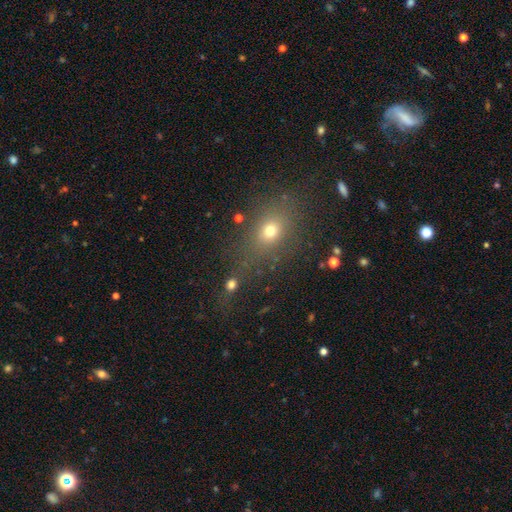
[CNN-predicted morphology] smooth_or_featured: smooth (p=0.53) [alt: star or artifact p=0.32]
how_rounded: in between (p=0.52) [alt: round p=0.43]
merging: none (p=0.73) [alt: minor disturbance p=0.14]